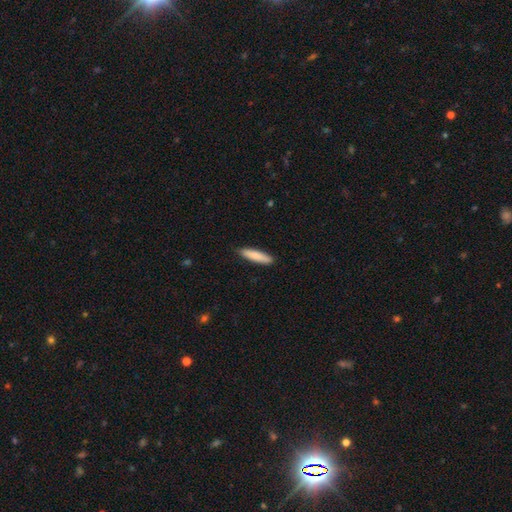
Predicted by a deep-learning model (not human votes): smooth_or_featured: smooth (p=0.85) [alt: featured or disk p=0.10]
how_rounded: cigar-shaped (p=0.82) [alt: in between p=0.17]
merging: none (p=0.89) [alt: minor disturbance p=0.09]